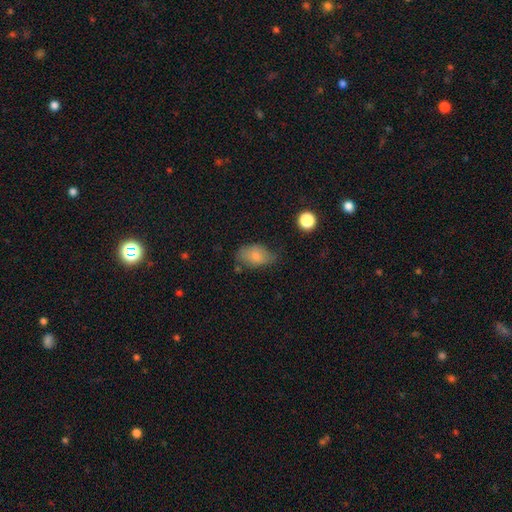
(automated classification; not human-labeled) A smooth galaxy with no disk features (75%) that is in between round and cigar-shaped (87%). Merging: none (52%).